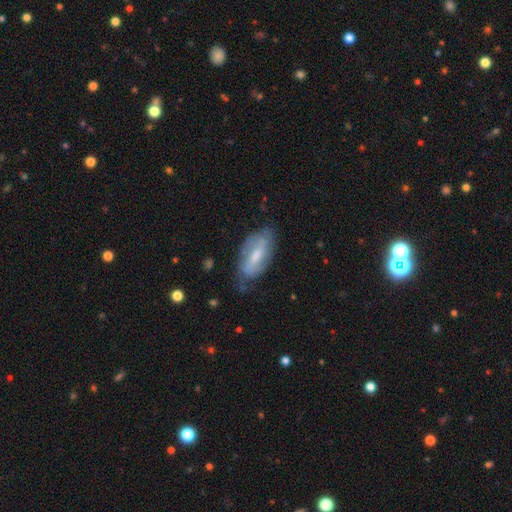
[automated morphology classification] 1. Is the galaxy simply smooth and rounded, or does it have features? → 54% featured or disk, 39% smooth, 7% star or artifact.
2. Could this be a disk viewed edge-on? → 85% no, 15% yes.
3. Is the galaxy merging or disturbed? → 63% none, 27% minor disturbance, 8% major disturbance, 2% merger.